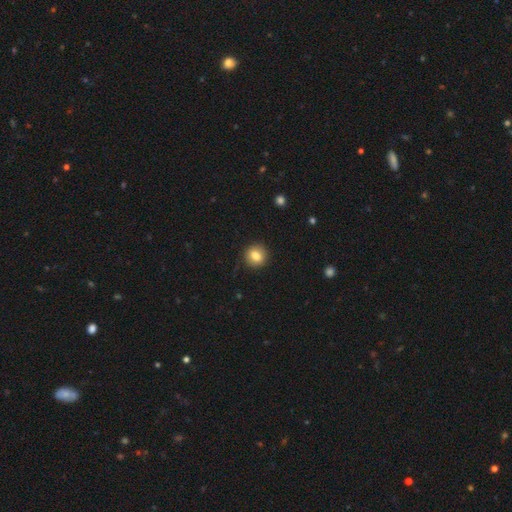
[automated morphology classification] Smooth or featured?
  - smooth: 82% *
  - star or artifact: 10%
  - featured or disk: 9%
How rounded?
  - round: 88% *
  - in between: 11%
  - cigar-shaped: 1%
Merging?
  - none: 90% *
  - minor disturbance: 7%
  - major disturbance: 2%
  - merger: 1%